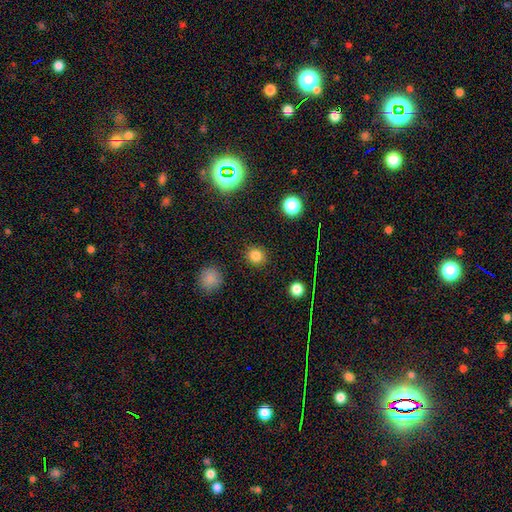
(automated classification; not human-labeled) smooth-or-featured: smooth: 82% | star or artifact: 14% | featured or disk: 4%
  how-rounded: round: 88% | in between: 11% | cigar-shaped: 1%
  merging: none: 90% | minor disturbance: 6% | major disturbance: 2% | merger: 1%